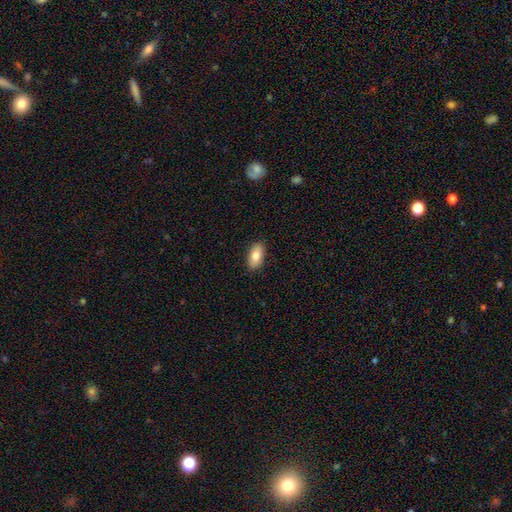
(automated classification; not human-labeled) smooth_or_featured: smooth (p=0.83) [alt: featured or disk p=0.11]
how_rounded: in between (p=0.91) [alt: cigar-shaped p=0.05]
merging: none (p=0.89) [alt: minor disturbance p=0.08]